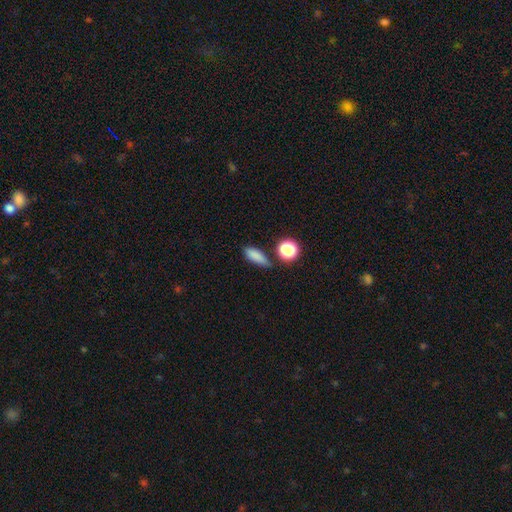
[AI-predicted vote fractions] The model was most divided on "how rounded": in between: 59%, cigar-shaped: 31%, round: 10%. More confident: smooth or featured — smooth (83%); merging — none (71%).